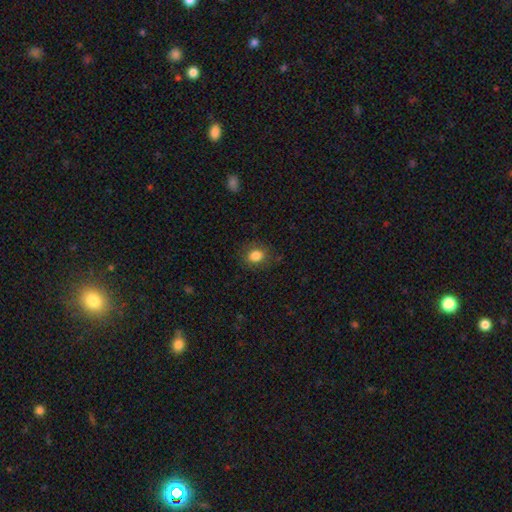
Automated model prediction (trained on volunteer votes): Q: Smooth or featured?
A: smooth (84%); runner-up: star or artifact (10%)
Q: How rounded?
A: round (58%); runner-up: in between (41%)
Q: Merging?
A: none (83%); runner-up: minor disturbance (12%)